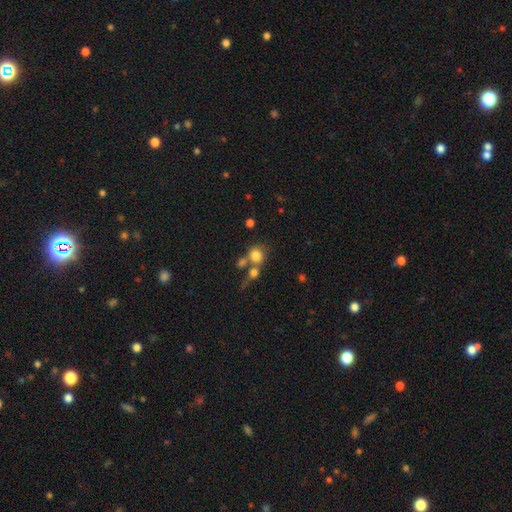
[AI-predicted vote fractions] Overall: smooth (77%). How rounded: round (83%). Merging: none (43%; merger 40%).